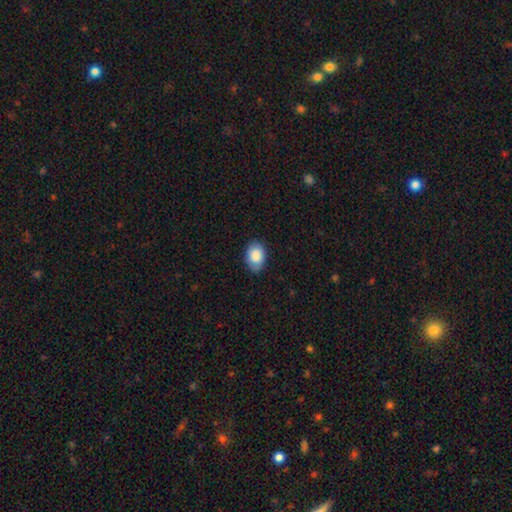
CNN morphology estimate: smooth_or_featured: smooth (p=0.87) [alt: star or artifact p=0.07]
how_rounded: in between (p=0.82) [alt: round p=0.17]
merging: none (p=0.85) [alt: minor disturbance p=0.12]